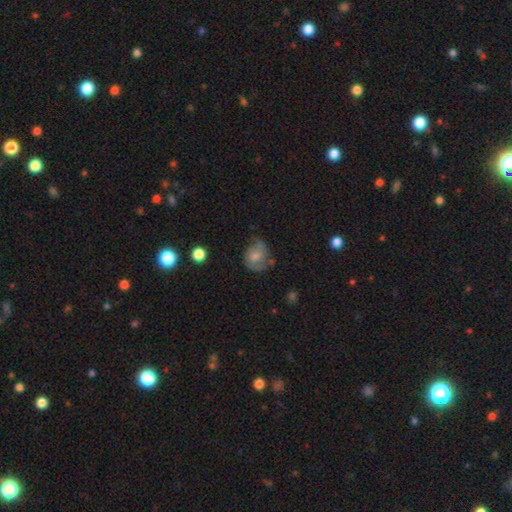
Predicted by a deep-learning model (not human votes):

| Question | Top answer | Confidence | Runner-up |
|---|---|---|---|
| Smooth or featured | smooth | 49% | featured or disk (43%) |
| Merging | none | 44% | minor disturbance (33%) |